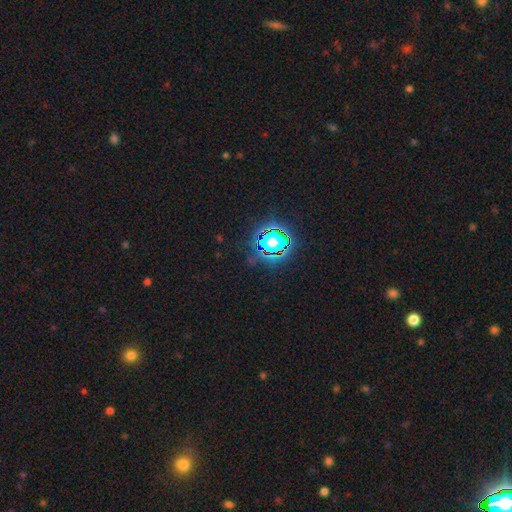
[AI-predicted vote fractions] smooth-or-featured: star or artifact: 82% | smooth: 11% | featured or disk: 7%